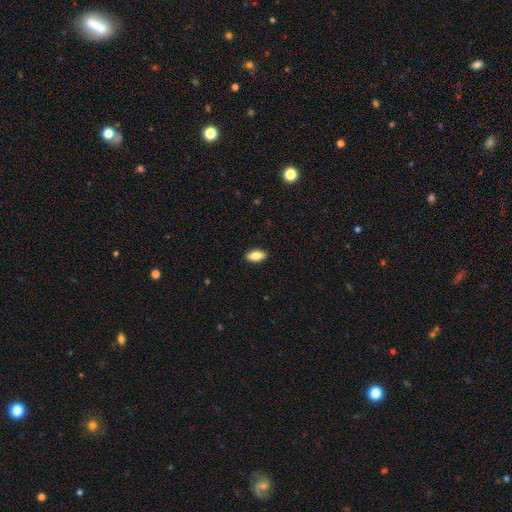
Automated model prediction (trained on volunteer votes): Smooth or featured?
  - smooth: 82% *
  - featured or disk: 11%
  - star or artifact: 7%
How rounded?
  - in between: 90% *
  - cigar-shaped: 7%
  - round: 3%
Merging?
  - none: 90% *
  - minor disturbance: 7%
  - major disturbance: 2%
  - merger: 1%